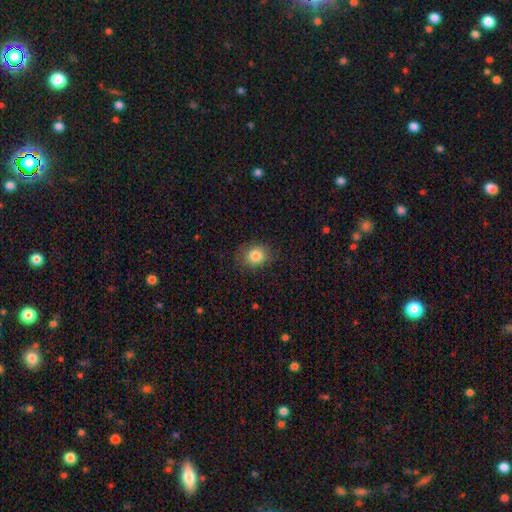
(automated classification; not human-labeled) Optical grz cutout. It shows a smooth galaxy with no disk features (83%) that is round (58%). Merging: none (83%).